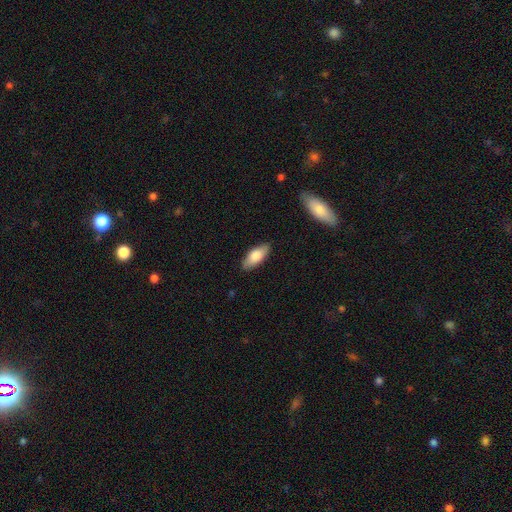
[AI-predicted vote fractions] Morphology: type=smooth (79%); roundness=in between (83%); merging=none (86%).